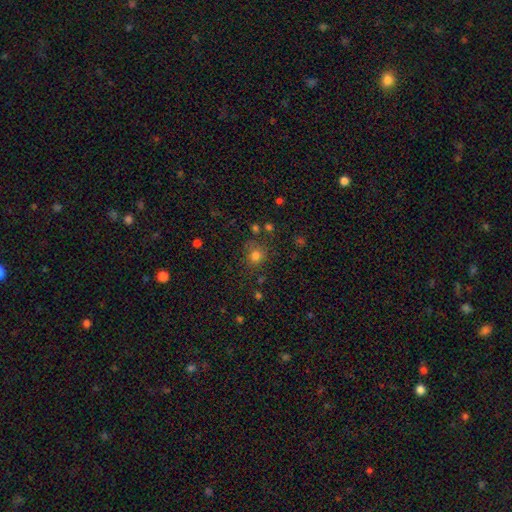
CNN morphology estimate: smooth-or-featured: smooth: 77% | star or artifact: 16% | featured or disk: 7%
  how-rounded: round: 83% | in between: 16% | cigar-shaped: 1%
  merging: none: 73% | minor disturbance: 15% | major disturbance: 6% | merger: 6%